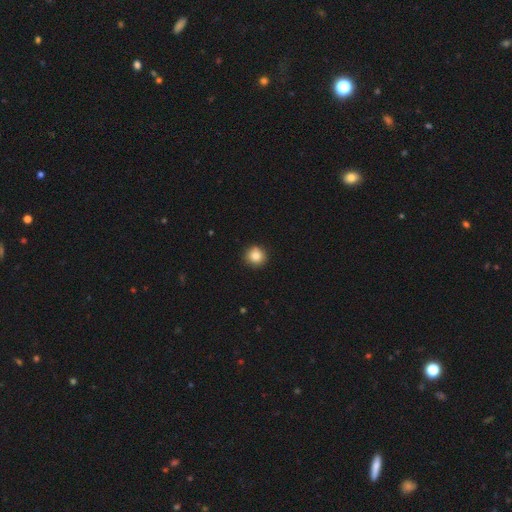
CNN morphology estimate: Smooth or featured? Predicted: smooth (p=0.85). How rounded? Predicted: round (p=0.93). Merging? Predicted: none (p=0.91).